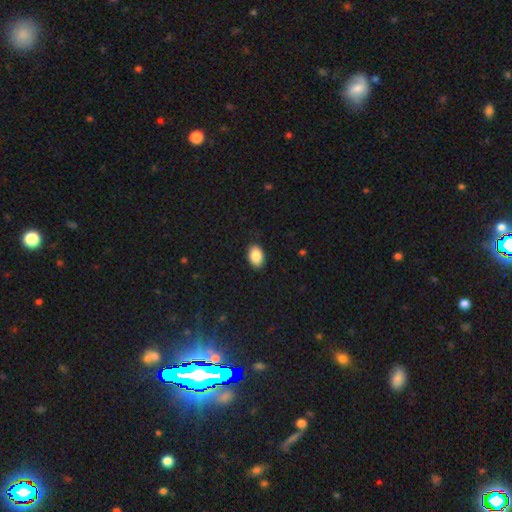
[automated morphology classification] A smooth galaxy with no disk features (89%) that is in between round and cigar-shaped (89%). Merging: none (89%).